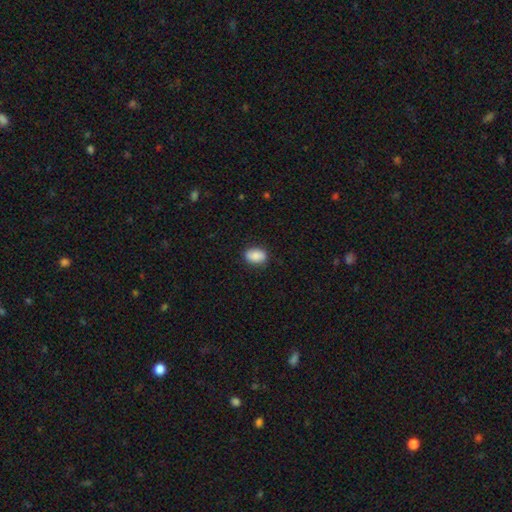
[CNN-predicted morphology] A smooth galaxy with no disk features (88%) that is in between round and cigar-shaped (84%). Merging: none (85%).